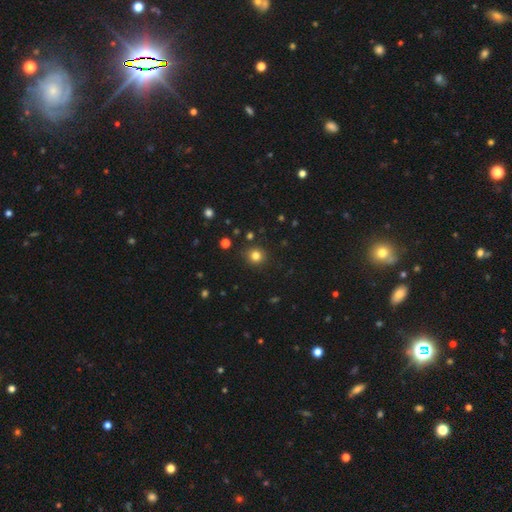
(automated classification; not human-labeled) Smooth or featured: smooth — 80% (star or artifact — 14%)
How rounded: round — 90% (in between — 9%)
Merging: none — 89% (minor disturbance — 7%)